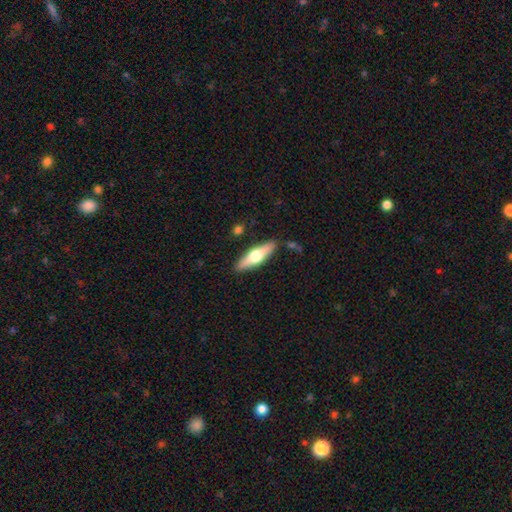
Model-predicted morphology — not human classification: smooth_or_featured: featured or disk (p=0.51) [alt: smooth p=0.44]
disk_edge_on: yes (p=0.91) [alt: no p=0.09]
merging: none (p=0.86) [alt: minor disturbance p=0.09]